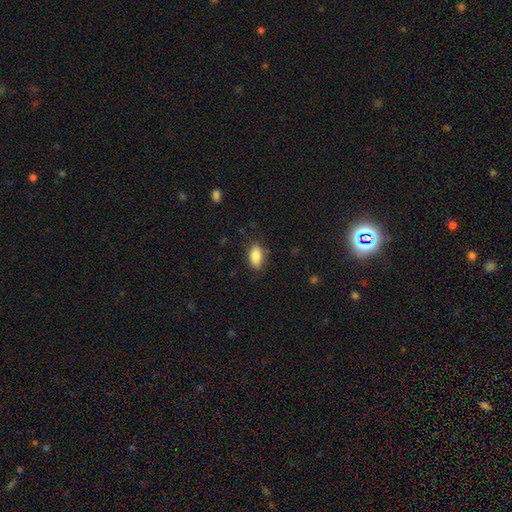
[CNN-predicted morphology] The model was most divided on "merging": none: 81%, minor disturbance: 14%, major disturbance: 4%, merger: 1%. More confident: how rounded — in between (90%); smooth or featured — smooth (87%).